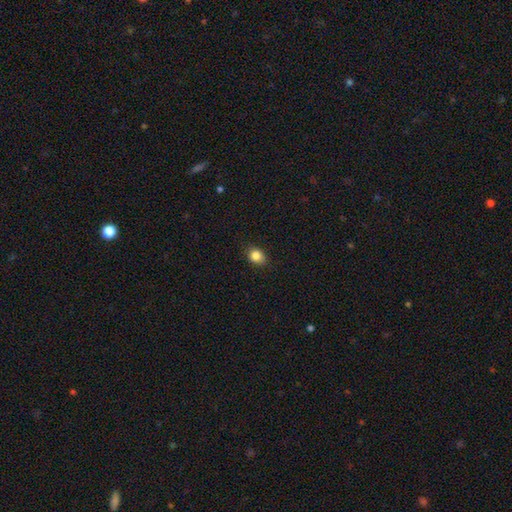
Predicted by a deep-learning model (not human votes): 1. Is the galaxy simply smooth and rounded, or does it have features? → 85% smooth, 10% star or artifact, 5% featured or disk.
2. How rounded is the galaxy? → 50% in between, 48% round, 1% cigar-shaped.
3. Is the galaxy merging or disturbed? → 85% none, 12% minor disturbance, 2% major disturbance, 1% merger.